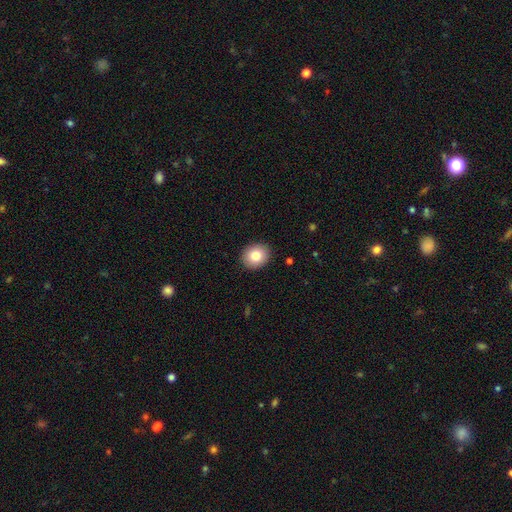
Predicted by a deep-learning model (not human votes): Smooth or featured? Predicted: smooth (p=0.82). How rounded? Predicted: round (p=0.62). Merging? Predicted: none (p=0.91).